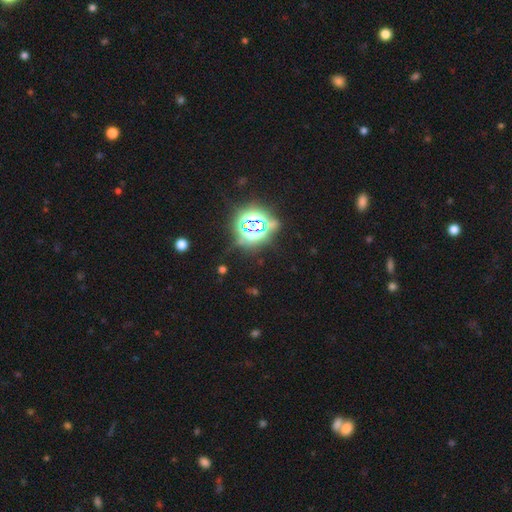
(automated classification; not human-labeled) Smooth or featured? Predicted: star or artifact (p=0.79).